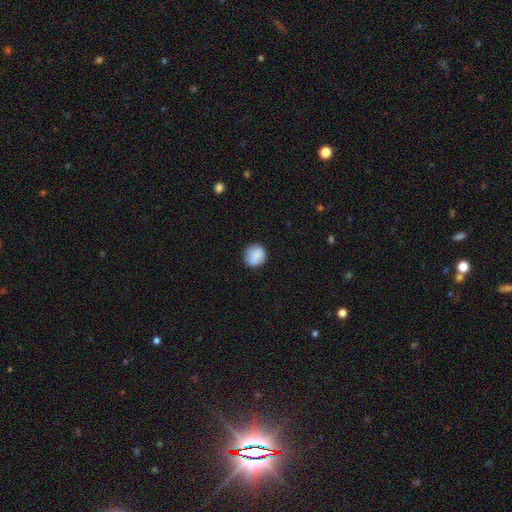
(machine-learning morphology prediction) Smooth or featured? Predicted: smooth (p=0.86). How rounded? Predicted: round (p=0.88). Merging? Predicted: none (p=0.83).